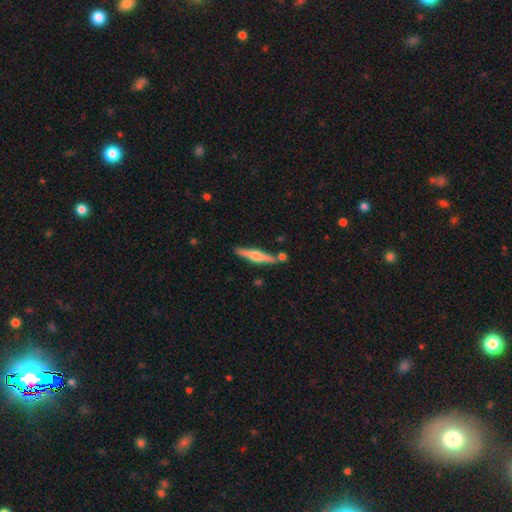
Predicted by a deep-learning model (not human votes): This is likely a featured or disk galaxy (61%). It is clearly viewed edge-on (97%). Edge-on bulge: clearly rounded (90%). Merging: clearly none (81%).